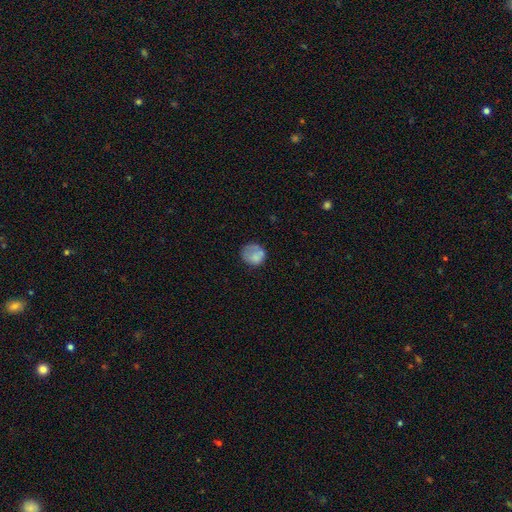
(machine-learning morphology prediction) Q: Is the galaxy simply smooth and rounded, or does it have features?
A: smooth — 75%.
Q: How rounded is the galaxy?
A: round — 78%.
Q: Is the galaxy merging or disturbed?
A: none — 54%.